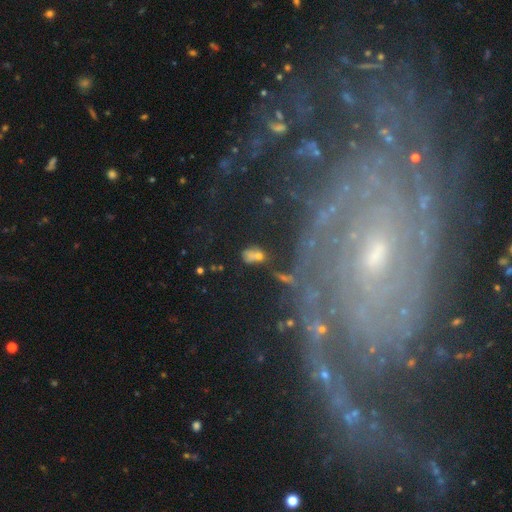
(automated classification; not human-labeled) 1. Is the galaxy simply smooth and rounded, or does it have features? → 53% smooth, 26% star or artifact, 21% featured or disk.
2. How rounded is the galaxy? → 68% in between, 27% round, 5% cigar-shaped.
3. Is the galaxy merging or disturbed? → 43% none, 22% merger, 19% minor disturbance, 16% major disturbance.